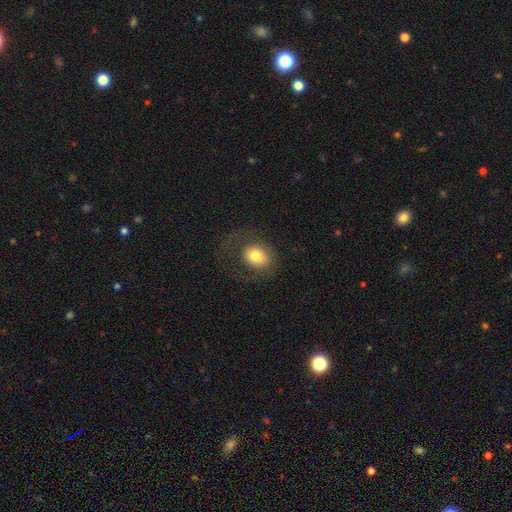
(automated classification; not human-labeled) The model was most divided on "how rounded": round: 56%, in between: 44%, cigar-shaped: 1%. More confident: smooth or featured — smooth (74%); merging — none (66%).